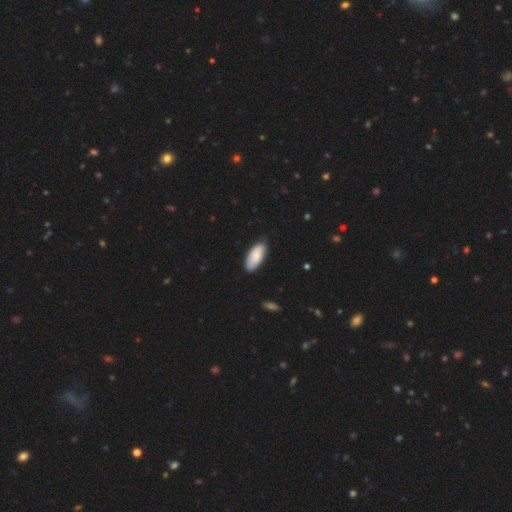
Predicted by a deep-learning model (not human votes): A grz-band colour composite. It shows a smooth galaxy with no disk features (79%) that is in between round and cigar-shaped (90%). Merging: none (81%).